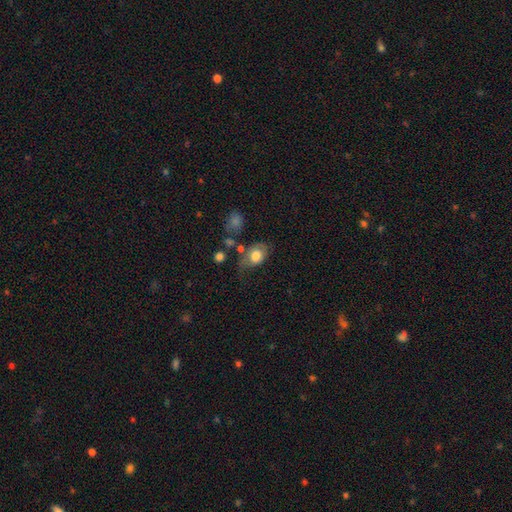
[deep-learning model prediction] Overall: smooth (75%). How rounded: in between (73%). Merging: none (38%; minor disturbance 32%).